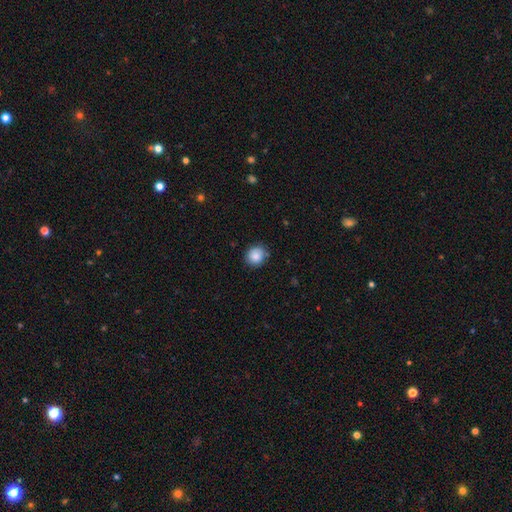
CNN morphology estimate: type=smooth (86%); roundness=round (79%); merging=none (80%).